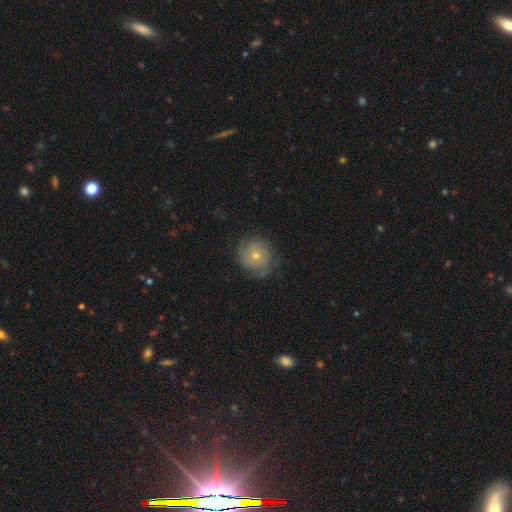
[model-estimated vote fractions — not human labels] The model was most divided on "smooth or featured": featured or disk: 53%, smooth: 39%, star or artifact: 8%. More confident: edge-on disk — no (97%); bar — no (84%); spiral arms — yes (78%); merging — none (70%); bulge size — small (58%).